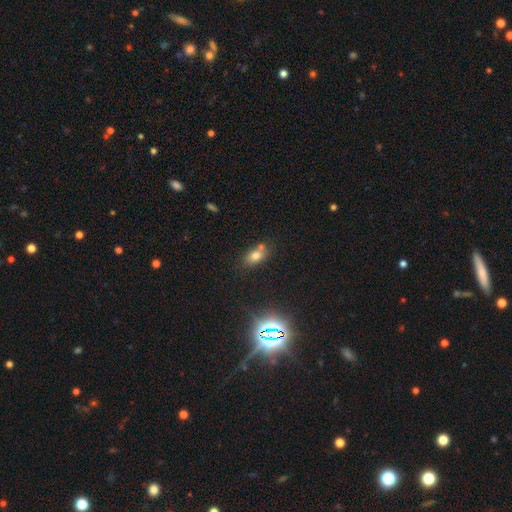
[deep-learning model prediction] Q: Smooth or featured?
A: smooth (69%); runner-up: star or artifact (17%)
Q: How rounded?
A: in between (81%); runner-up: round (15%)
Q: Merging?
A: none (60%); runner-up: merger (22%)